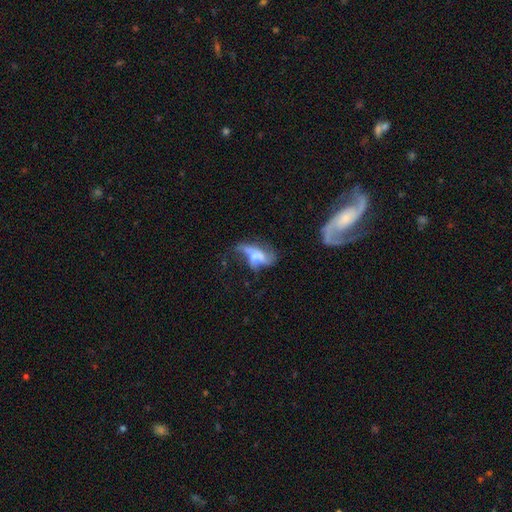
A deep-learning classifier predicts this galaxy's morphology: smooth-or-featured: featured or disk: 53% | smooth: 36% | star or artifact: 11%
  disk-edge-on: no: 89% | yes: 11%
  merging: major disturbance: 38% | none: 23% | merger: 22% | minor disturbance: 16%